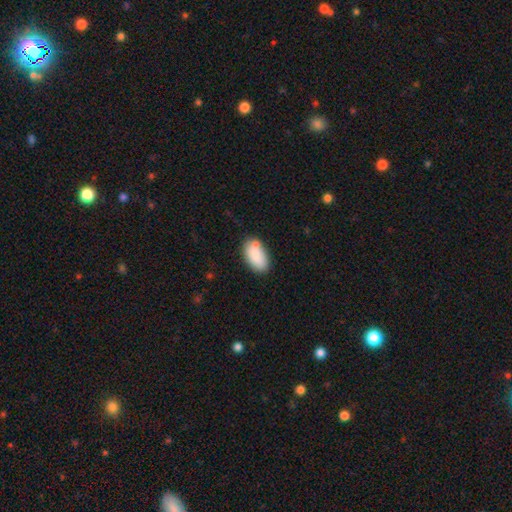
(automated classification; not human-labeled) Smooth or featured: smooth — 84% (featured or disk — 9%)
How rounded: in between — 94% (round — 4%)
Merging: none — 70% (minor disturbance — 17%)